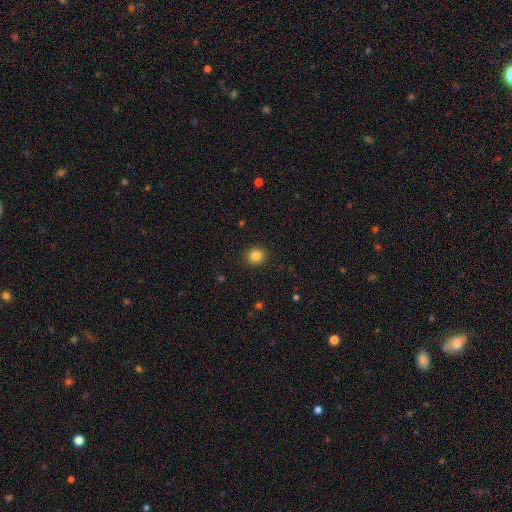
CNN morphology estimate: This is clearly a smooth galaxy (85%). How rounded: clearly round (90%). Merging: clearly none (91%).